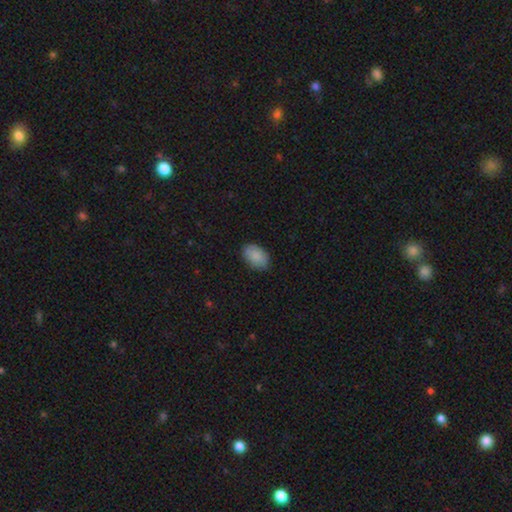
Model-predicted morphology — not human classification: A smooth galaxy with no disk features (87%) that is in between round and cigar-shaped (88%).

Vote fractions:
- Smooth or featured? smooth: 87% / star or artifact: 7% / featured or disk: 6%
- How rounded? in between: 88% / round: 11% / cigar-shaped: 1%
- Merging? none: 85% / minor disturbance: 12% / major disturbance: 2% / merger: 1%